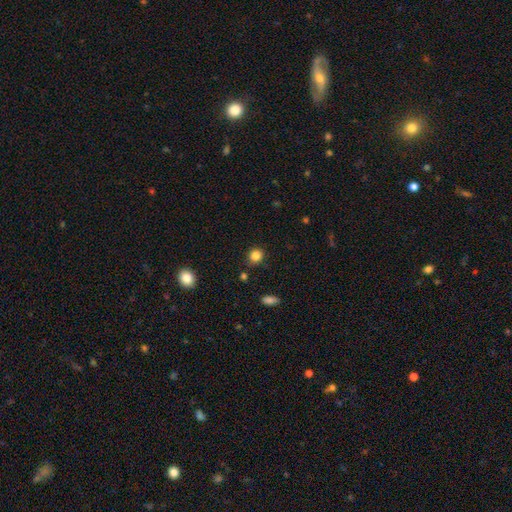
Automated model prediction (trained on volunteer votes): This is clearly a smooth galaxy (84%). How rounded: clearly round (83%). Merging: clearly none (85%).